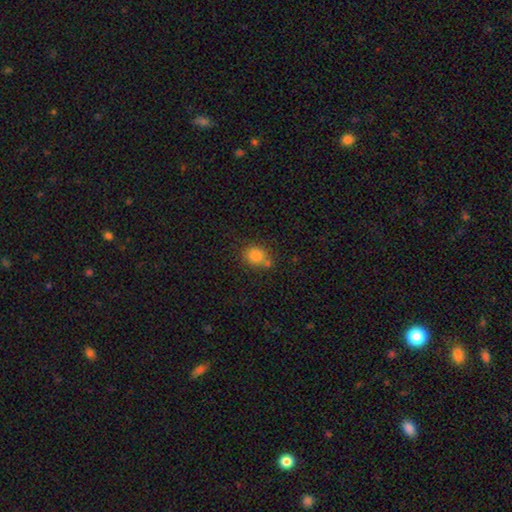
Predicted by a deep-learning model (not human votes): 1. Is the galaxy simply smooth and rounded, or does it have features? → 82% smooth, 11% star or artifact, 7% featured or disk.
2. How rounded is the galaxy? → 70% round, 29% in between, 1% cigar-shaped.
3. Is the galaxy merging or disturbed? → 62% none, 18% merger, 15% minor disturbance, 4% major disturbance.